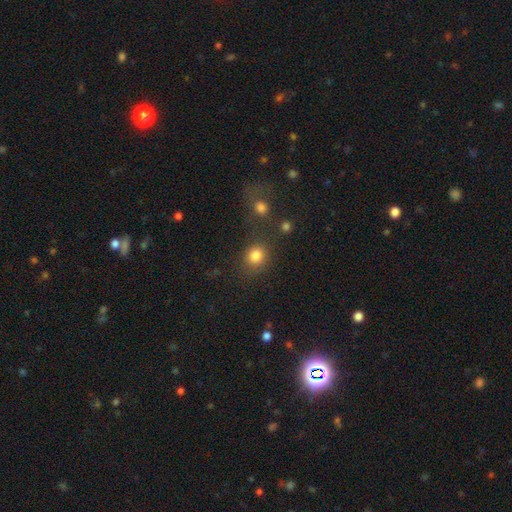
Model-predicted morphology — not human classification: type=smooth (83%); roundness=round (75%); merging=none (72%).